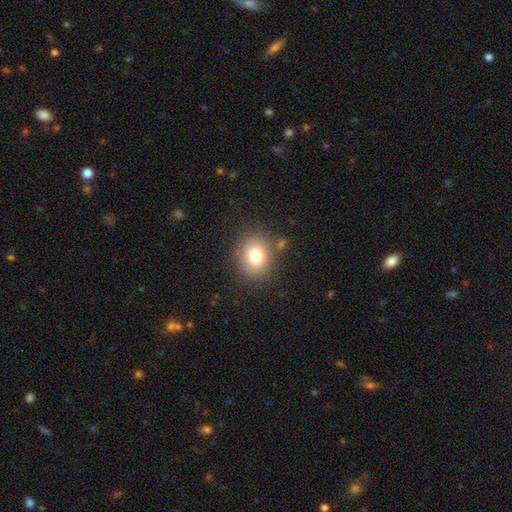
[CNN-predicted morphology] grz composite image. It shows a smooth galaxy with no disk features (78%) that is round (55%). Merging: none (80%).